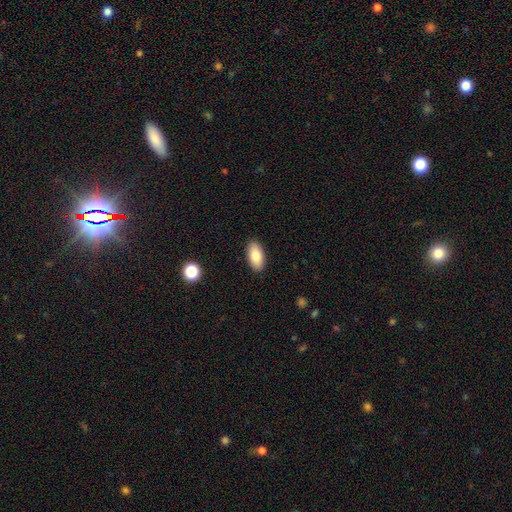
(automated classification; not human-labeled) Morphology: type=smooth (82%); roundness=in between (92%); merging=none (90%).